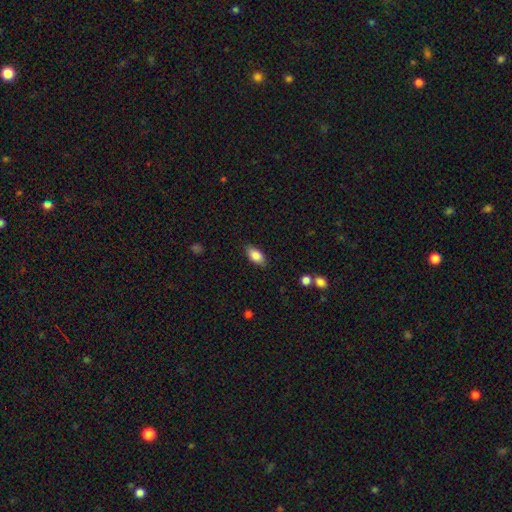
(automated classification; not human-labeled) This appears to be a smooth galaxy with no disk features (86%) that is in between round and cigar-shaped (91%). Merging: none (85%).